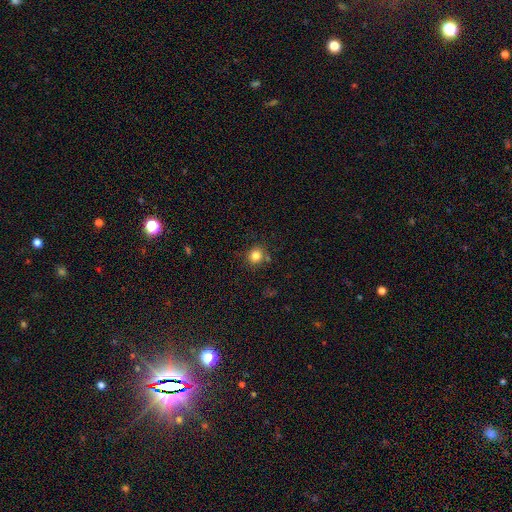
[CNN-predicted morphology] Smooth or featured? Predicted: smooth (p=0.82). How rounded? Predicted: round (p=0.88). Merging? Predicted: none (p=0.83).